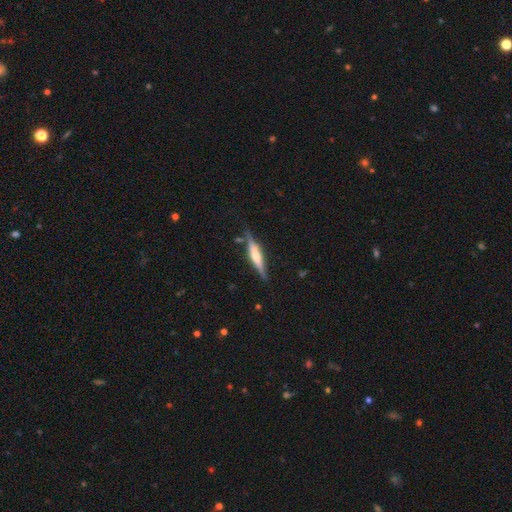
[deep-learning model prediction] This appears to be a featured or disk galaxy (67%) viewed edge-on (96%) with a rounded central bulge (77%). Merging: none (81%).